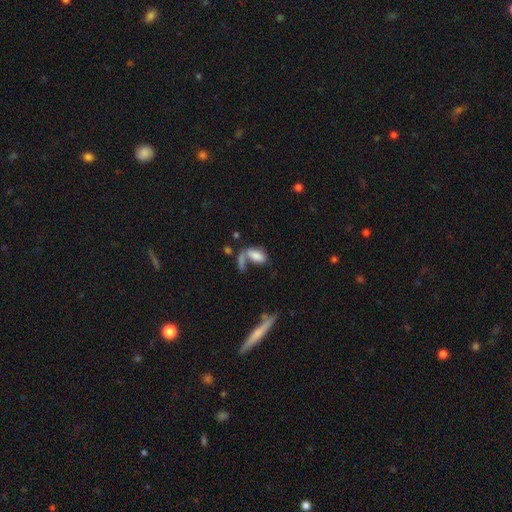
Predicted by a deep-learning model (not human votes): smooth_or_featured: smooth (p=0.76) [alt: featured or disk p=0.15]
how_rounded: in between (p=0.89) [alt: cigar-shaped p=0.07]
merging: merger (p=0.37) [alt: none p=0.34]